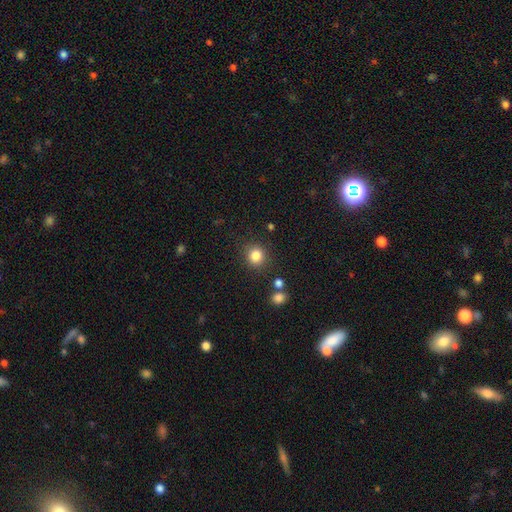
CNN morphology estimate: Smooth or featured: smooth — 84% (star or artifact — 11%)
How rounded: round — 87% (in between — 12%)
Merging: none — 86% (minor disturbance — 8%)